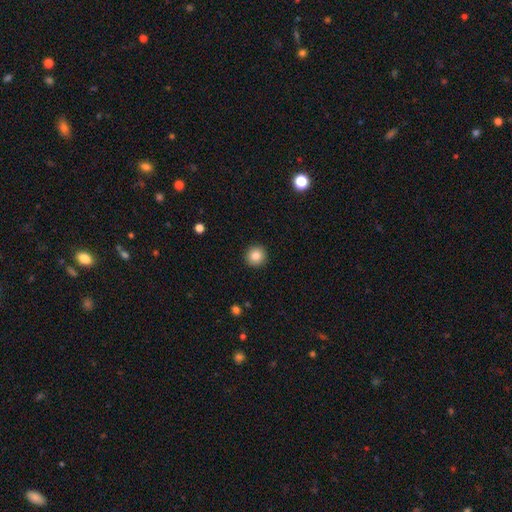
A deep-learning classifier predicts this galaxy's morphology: Smooth or featured: smooth — 84% (star or artifact — 10%)
How rounded: round — 95% (in between — 4%)
Merging: none — 93% (minor disturbance — 5%)